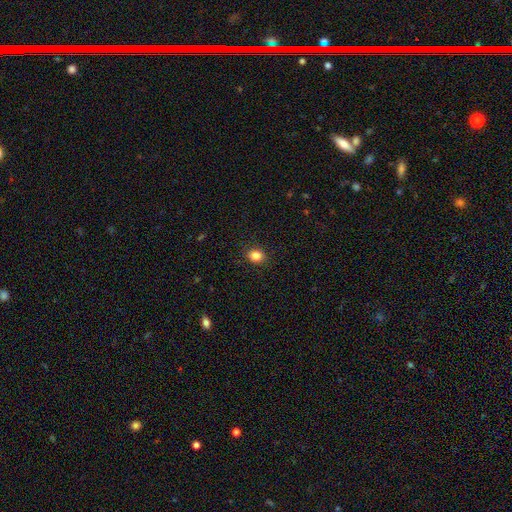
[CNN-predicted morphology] smooth-or-featured: smooth: 85% | star or artifact: 11% | featured or disk: 4%
  how-rounded: round: 55% | in between: 44% | cigar-shaped: 1%
  merging: none: 89% | minor disturbance: 8% | major disturbance: 2% | merger: 1%